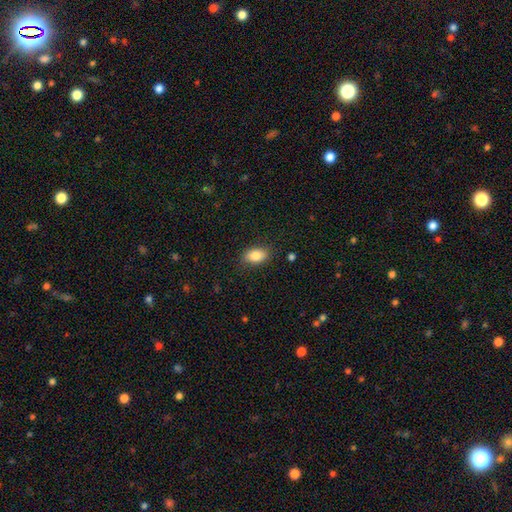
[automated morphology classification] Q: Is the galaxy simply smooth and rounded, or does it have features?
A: smooth — 85%.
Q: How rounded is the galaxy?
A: in between — 87%.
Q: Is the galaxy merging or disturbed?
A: none — 84%.